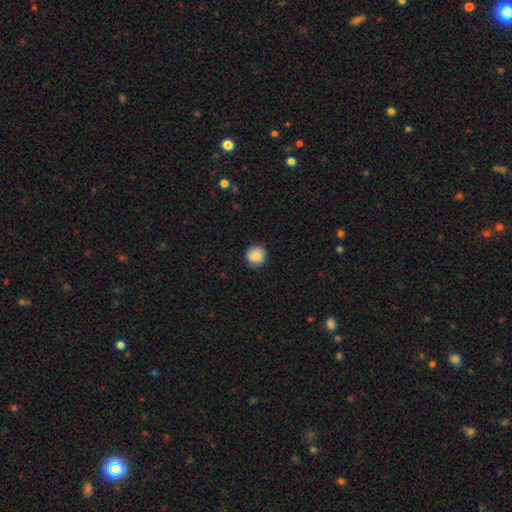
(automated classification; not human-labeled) smooth_or_featured: smooth (p=0.80) [alt: featured or disk p=0.11]
how_rounded: round (p=0.92) [alt: in between p=0.07]
merging: none (p=0.86) [alt: minor disturbance p=0.11]